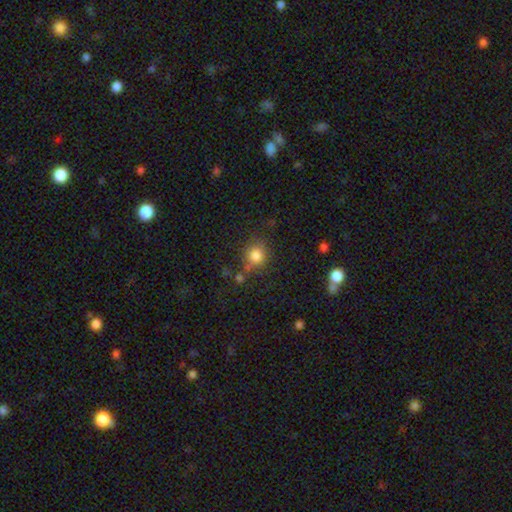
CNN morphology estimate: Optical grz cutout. It shows a smooth galaxy with no disk features (82%) that is round (84%). Merging: none (71%).